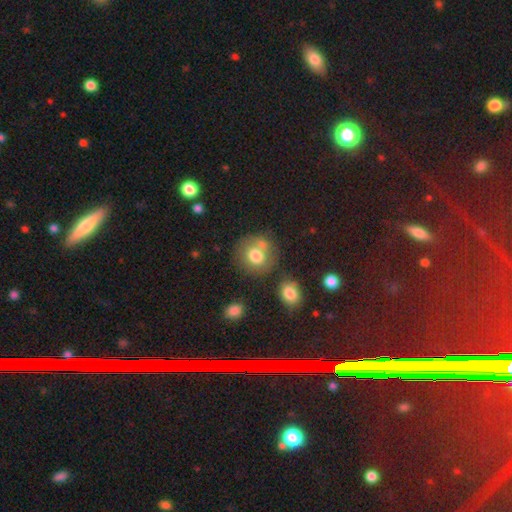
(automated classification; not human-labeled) smooth 73%, featured or disk 17%, star or artifact 10%. Down the decision tree: how rounded — round (81%); merging — none (57%).